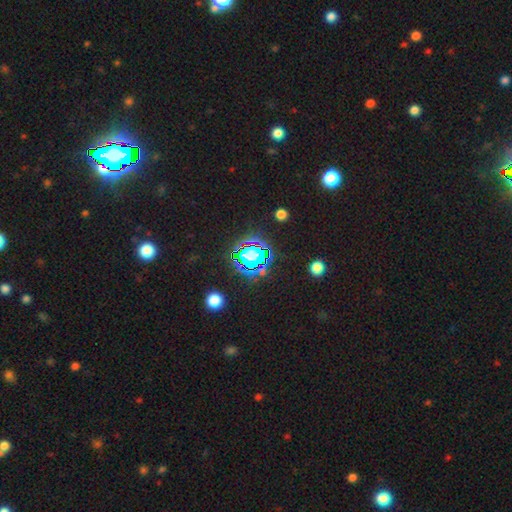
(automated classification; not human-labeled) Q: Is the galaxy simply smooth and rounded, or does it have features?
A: star or artifact — 67%.